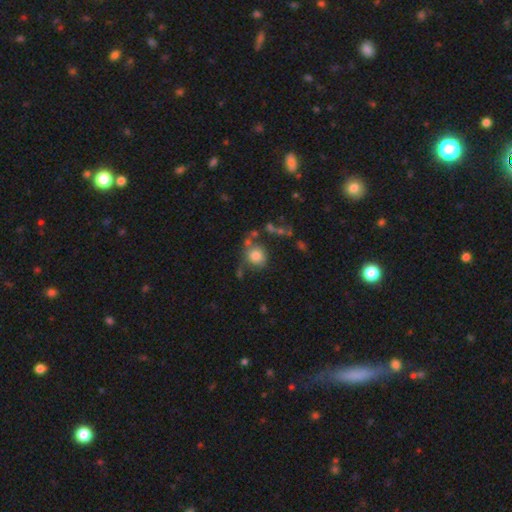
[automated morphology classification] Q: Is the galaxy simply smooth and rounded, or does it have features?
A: smooth — 78%.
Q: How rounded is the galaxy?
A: round — 82%.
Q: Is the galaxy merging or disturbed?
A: none — 58%.